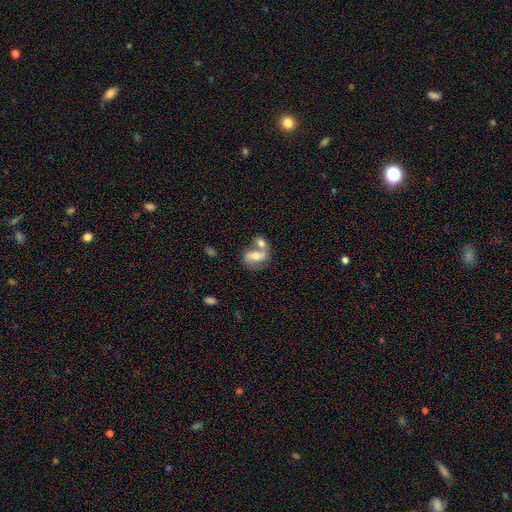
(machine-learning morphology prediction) Smooth or featured?
  - smooth: 50% *
  - featured or disk: 41%
  - star or artifact: 9%
How rounded?
  - in between: 75% *
  - round: 19%
  - cigar-shaped: 6%
Merging?
  - merger: 53% *
  - none: 30%
  - minor disturbance: 10%
  - major disturbance: 6%